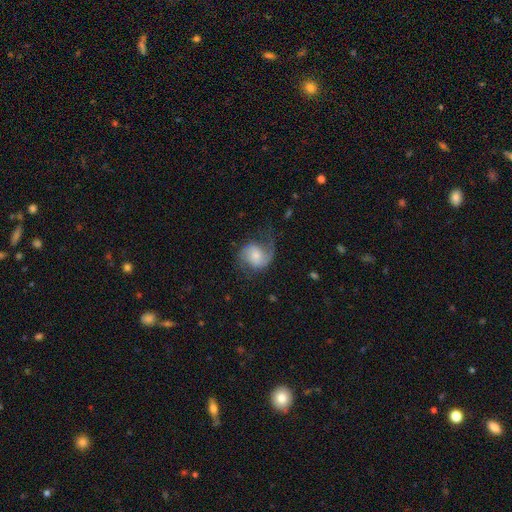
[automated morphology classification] This appears to be a featured or disk galaxy (67%) with no bar (58%), 2 (74%) loose (44%) spiral arms (93%) and a small central bulge (40%). Merging: none (54%).